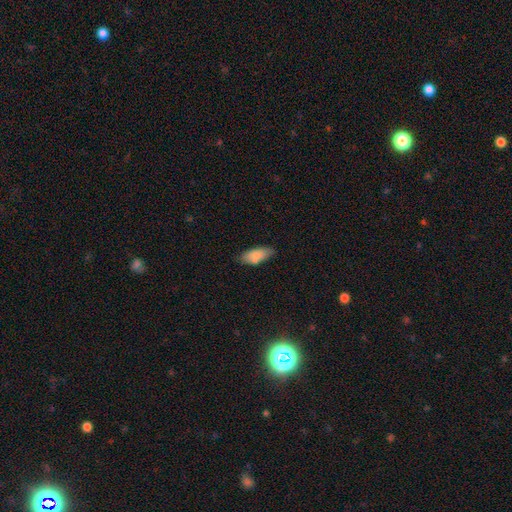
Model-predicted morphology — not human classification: Smooth or featured: smooth — 84% (featured or disk — 8%)
How rounded: in between — 81% (cigar-shaped — 17%)
Merging: none — 66% (minor disturbance — 25%)